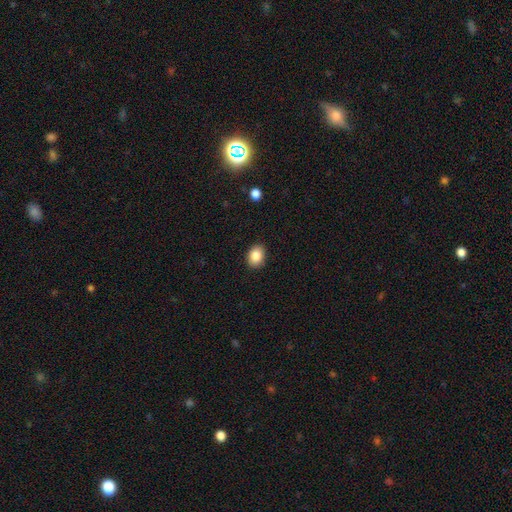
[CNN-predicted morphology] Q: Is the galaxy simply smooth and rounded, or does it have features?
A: smooth — 86%.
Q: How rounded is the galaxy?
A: in between — 63%.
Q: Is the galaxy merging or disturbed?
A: none — 89%.